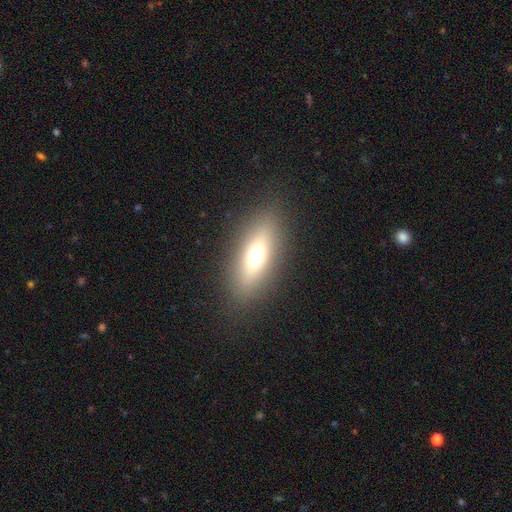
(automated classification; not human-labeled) A smooth galaxy with no disk features (59%) that is in between round and cigar-shaped (69%).

Vote fractions:
- Smooth or featured? smooth: 59% / featured or disk: 27% / star or artifact: 14%
- How rounded? in between: 69% / cigar-shaped: 22% / round: 8%
- Merging? none: 86% / minor disturbance: 8% / major disturbance: 5% / merger: 1%